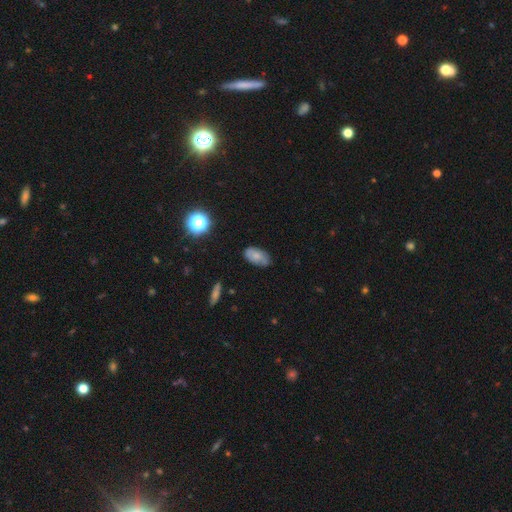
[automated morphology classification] type=smooth (74%); roundness=in between (92%); merging=none (71%).